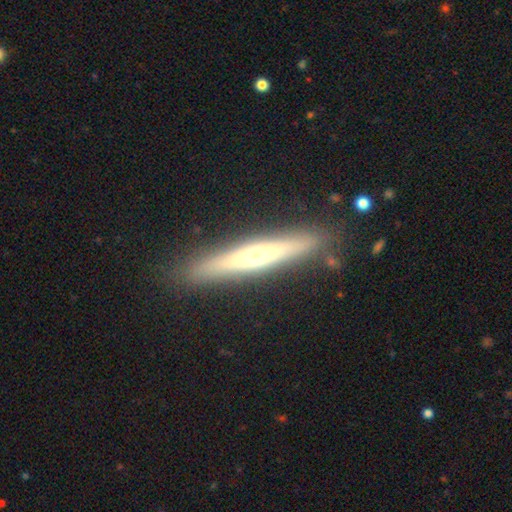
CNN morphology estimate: This appears to be a featured or disk galaxy (64%) viewed edge-on (91%) with a rounded central bulge (78%). Merging: none (88%).